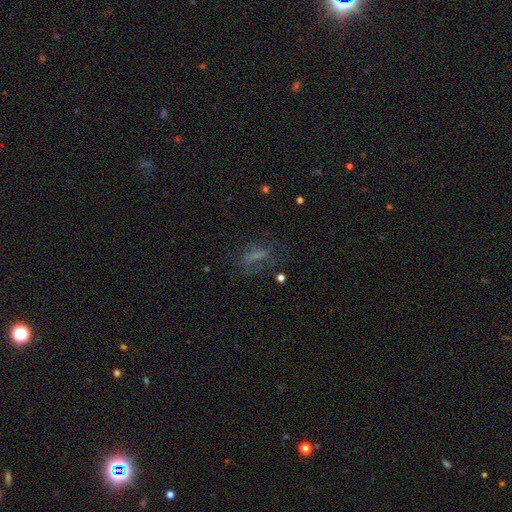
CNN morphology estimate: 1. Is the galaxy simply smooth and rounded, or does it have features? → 40% smooth, 35% featured or disk, 25% star or artifact.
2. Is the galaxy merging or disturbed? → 47% none, 29% major disturbance, 19% minor disturbance, 4% merger.